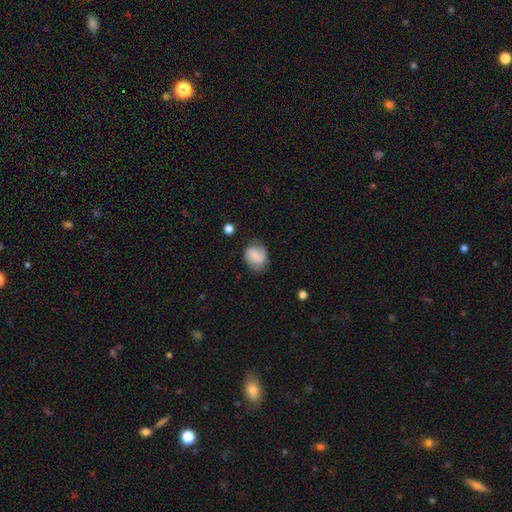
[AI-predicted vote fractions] A smooth galaxy with no disk features (67%) that is in between round and cigar-shaped (53%).

Vote fractions:
- Smooth or featured? smooth: 67% / featured or disk: 24% / star or artifact: 8%
- How rounded? in between: 53% / round: 46% / cigar-shaped: 1%
- Merging? none: 70% / minor disturbance: 21% / major disturbance: 7% / merger: 2%